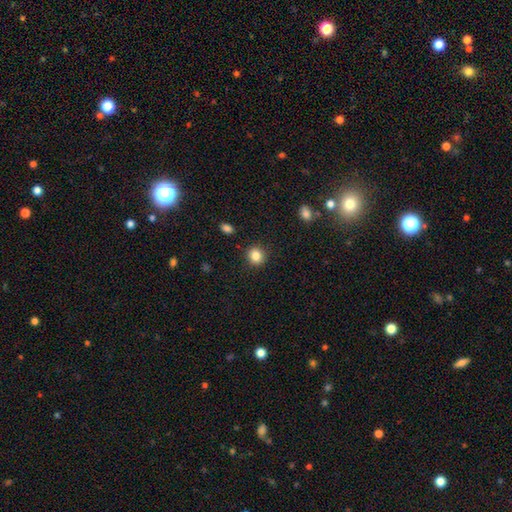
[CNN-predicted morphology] smooth-or-featured: smooth: 85% | star or artifact: 10% | featured or disk: 5%
  how-rounded: round: 84% | in between: 15% | cigar-shaped: 1%
  merging: none: 89% | minor disturbance: 7% | major disturbance: 2% | merger: 2%